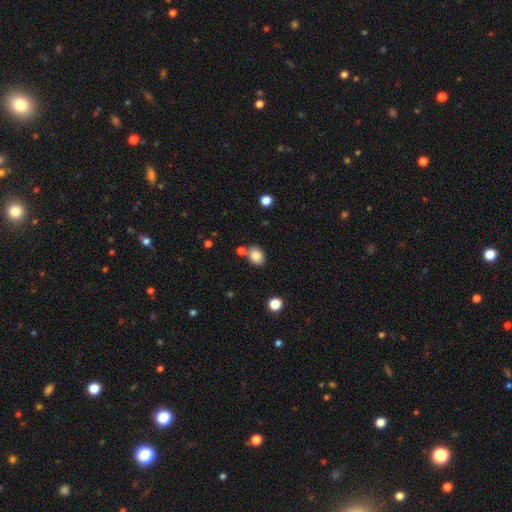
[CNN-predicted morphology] smooth 84%, star or artifact 9%, featured or disk 6%. Down the decision tree: how rounded — in between (63%); merging — none (68%).